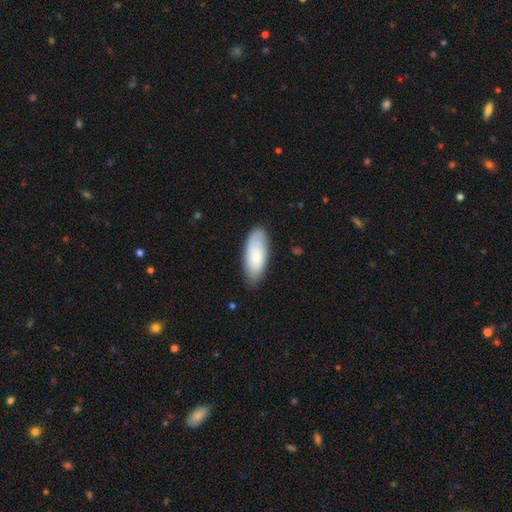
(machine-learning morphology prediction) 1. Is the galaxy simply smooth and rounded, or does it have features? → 70% smooth, 24% featured or disk, 6% star or artifact.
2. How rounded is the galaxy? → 81% in between, 18% cigar-shaped, 2% round.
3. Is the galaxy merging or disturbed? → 79% none, 17% minor disturbance, 3% major disturbance, 1% merger.